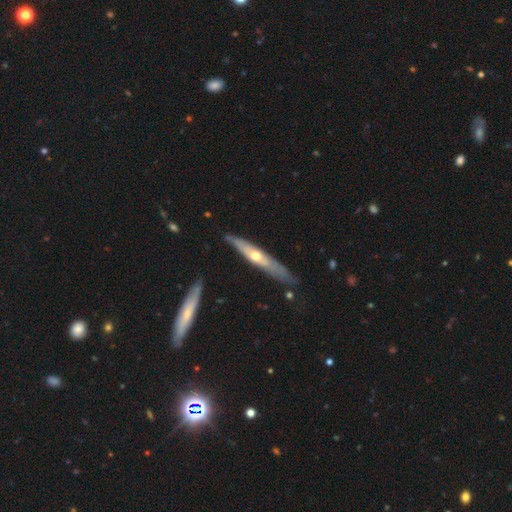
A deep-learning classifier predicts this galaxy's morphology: A featured or disk galaxy (65%) viewed edge-on (84%) with a rounded central bulge (81%). Merging: none (80%).